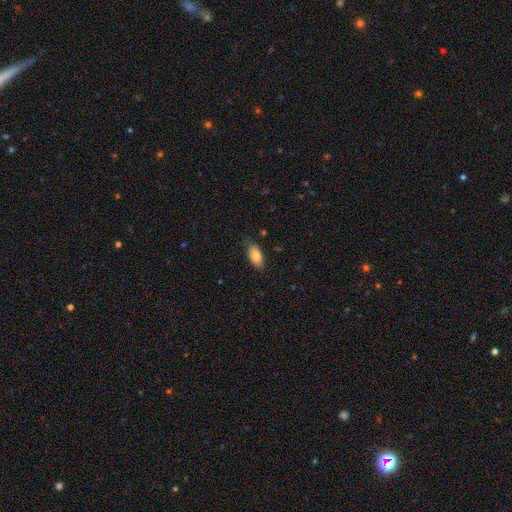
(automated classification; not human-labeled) Smooth or featured? smooth (81%)
How rounded? in between (91%)
Merging? none (81%)